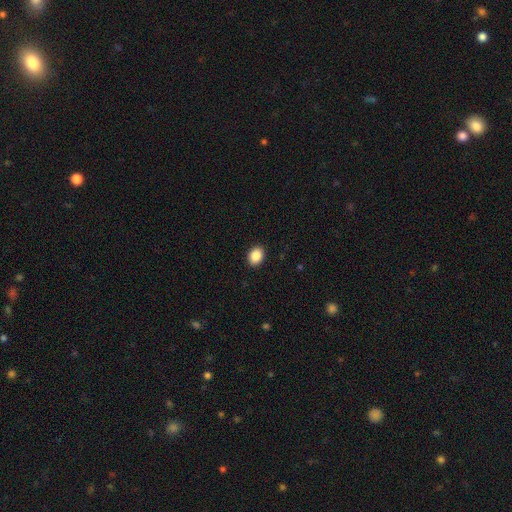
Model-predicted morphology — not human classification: smooth-or-featured: smooth: 88% | star or artifact: 8% | featured or disk: 4%
  how-rounded: in between: 65% | round: 34% | cigar-shaped: 1%
  merging: none: 91% | minor disturbance: 6% | major disturbance: 2% | merger: 1%